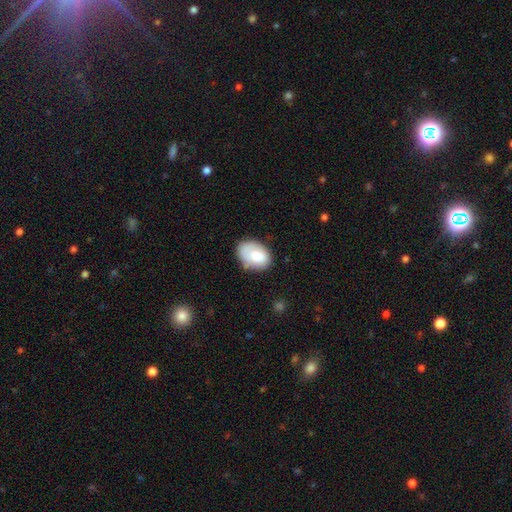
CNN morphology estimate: type=smooth (79%); roundness=in between (86%); merging=none (64%).